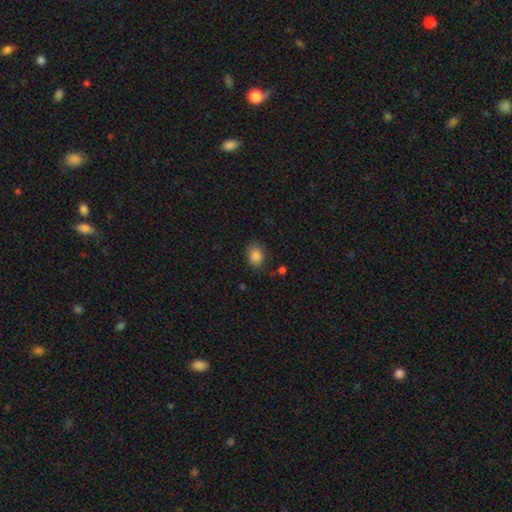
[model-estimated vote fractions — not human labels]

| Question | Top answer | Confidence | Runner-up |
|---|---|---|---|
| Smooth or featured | smooth | 86% | star or artifact (10%) |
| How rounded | in between | 58% | round (41%) |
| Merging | none | 77% | minor disturbance (17%) |